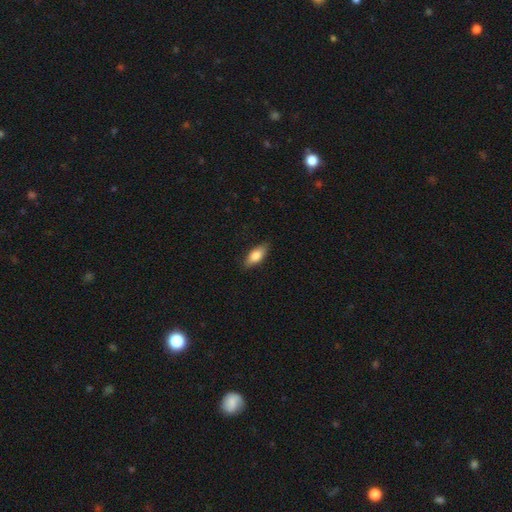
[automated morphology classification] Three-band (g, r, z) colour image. It shows a smooth galaxy with no disk features (78%) that is in between round and cigar-shaped (80%). Merging: none (85%).